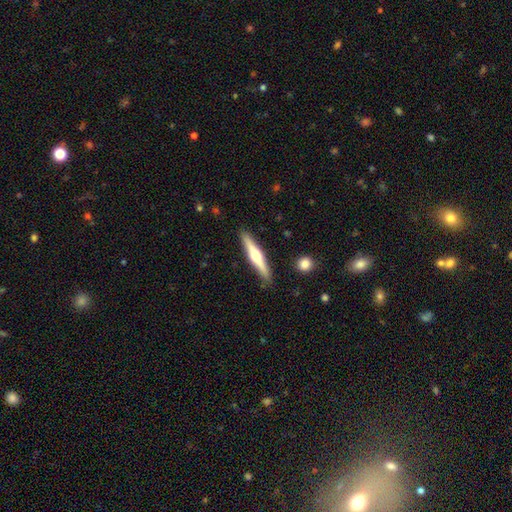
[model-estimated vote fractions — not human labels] smooth-or-featured: featured or disk: 61% | smooth: 34% | star or artifact: 5%
  disk-edge-on: yes: 97% | no: 3%
    edge-on-bulge: rounded: 90% | boxy: 5% | none: 5%
  merging: none: 89% | minor disturbance: 8% | major disturbance: 2% | merger: 2%